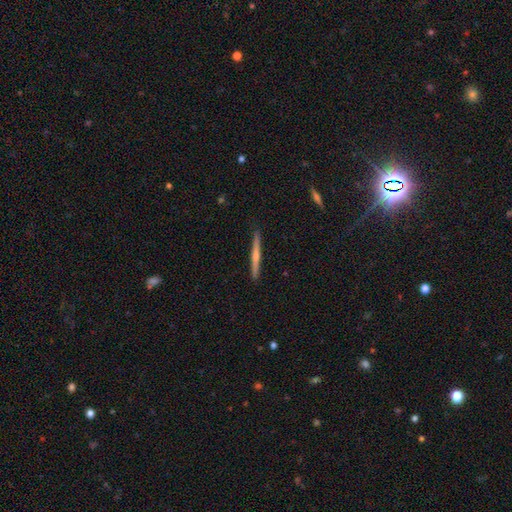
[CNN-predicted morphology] Smooth or featured? featured or disk (57%)
Edge-on disk? yes (94%)
Edge-on bulge? rounded (60%)
Merging? none (86%)